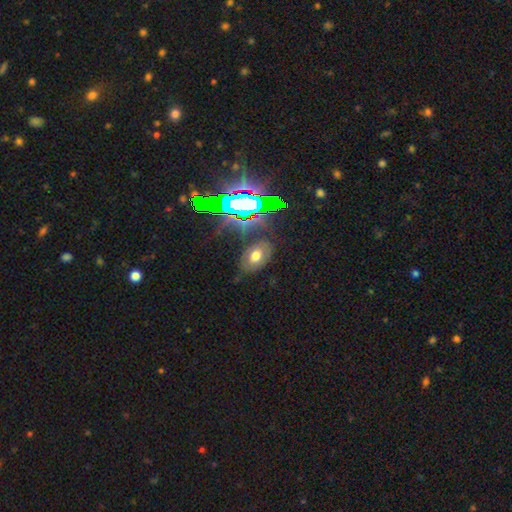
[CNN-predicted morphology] The model was most divided on "smooth or featured": smooth: 55%, star or artifact: 23%, featured or disk: 22%. More confident: how rounded — in between (86%); merging — none (76%).